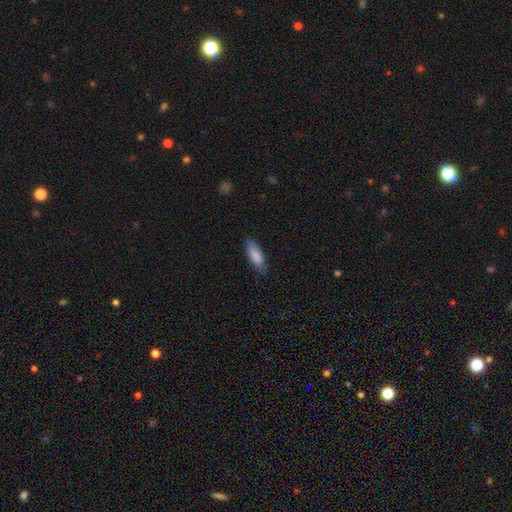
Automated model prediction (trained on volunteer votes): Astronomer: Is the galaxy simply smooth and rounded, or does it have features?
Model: smooth — 86%.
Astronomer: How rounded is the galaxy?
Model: in between — 65%.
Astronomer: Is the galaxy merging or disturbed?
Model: none — 80%.